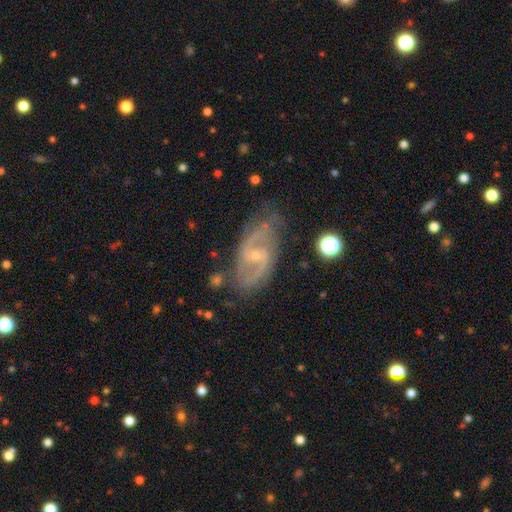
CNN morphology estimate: Smooth or featured?
  - featured or disk: 88% *
  - star or artifact: 6%
  - smooth: 6%
Edge-on disk?
  - no: 96% *
  - yes: 4%
Bar?
  - weak: 50% *
  - no: 32%
  - strong: 17%
Spiral arms?
  - yes: 97% *
  - no: 3%
Spiral winding?
  - medium: 55% *
  - loose: 27%
  - tight: 17%
Spiral arm count?
  - 2: 90% *
  - can't tell: 4%
  - 3: 2%
  - 1: 1%
  - 4: 1%
  - more than 4: 1%
Bulge size?
  - small: 73% *
  - moderate: 22%
  - none: 3%
  - large: 1%
  - dominant: 1%
Merging?
  - none: 71% *
  - minor disturbance: 20%
  - major disturbance: 7%
  - merger: 3%